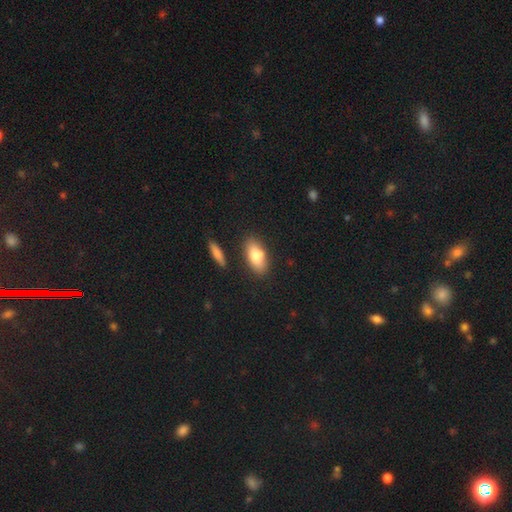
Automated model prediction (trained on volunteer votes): Smooth or featured? Predicted: smooth (p=0.80). How rounded? Predicted: in between (p=0.85). Merging? Predicted: none (p=0.81).